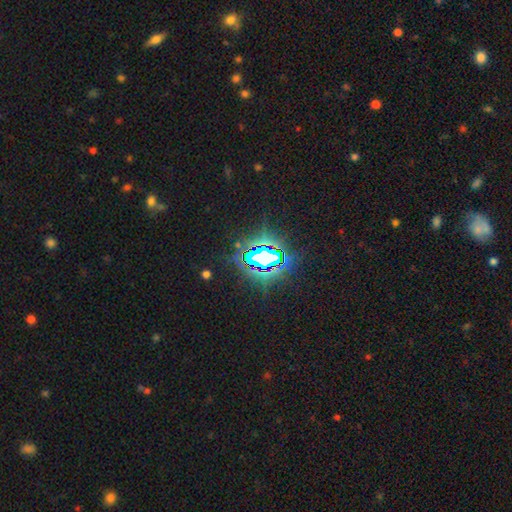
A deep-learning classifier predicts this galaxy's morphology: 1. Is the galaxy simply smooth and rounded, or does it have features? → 84% star or artifact, 10% smooth, 6% featured or disk.